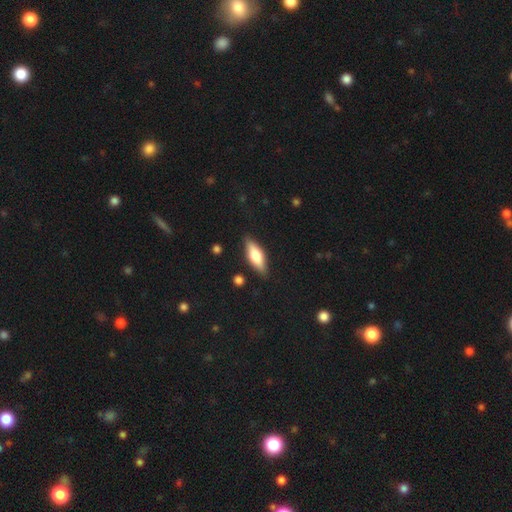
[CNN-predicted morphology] Overall: smooth (58%; featured or disk 35%). How rounded: in between (58%; cigar-shaped 40%). Merging: none (86%).